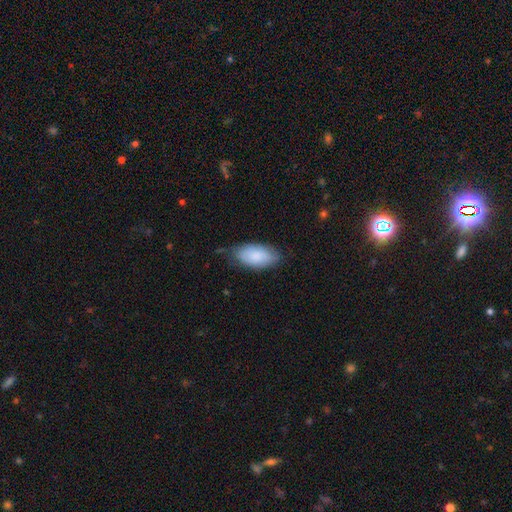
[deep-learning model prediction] Smooth or featured? smooth (84%)
How rounded? in between (94%)
Merging? none (69%)